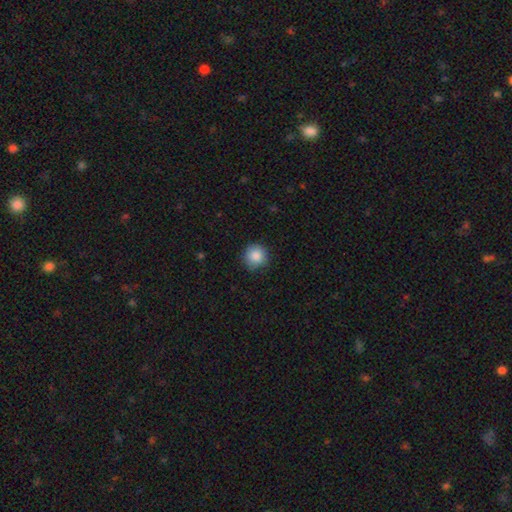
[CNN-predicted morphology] A smooth galaxy with no disk features (87%) that is round (94%). Merging: none (86%).